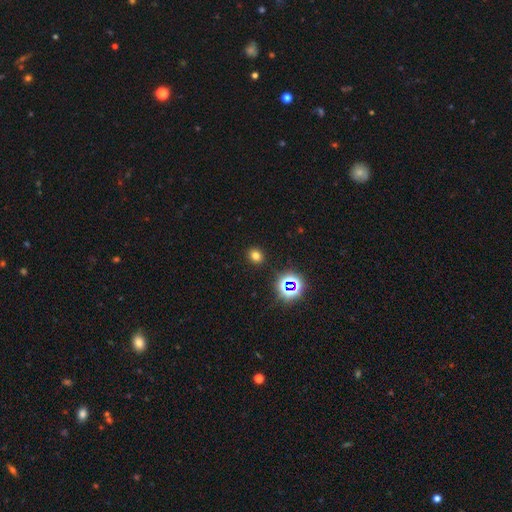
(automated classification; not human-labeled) A smooth galaxy with no disk features (72%) that is round (73%). Merging: none (90%).